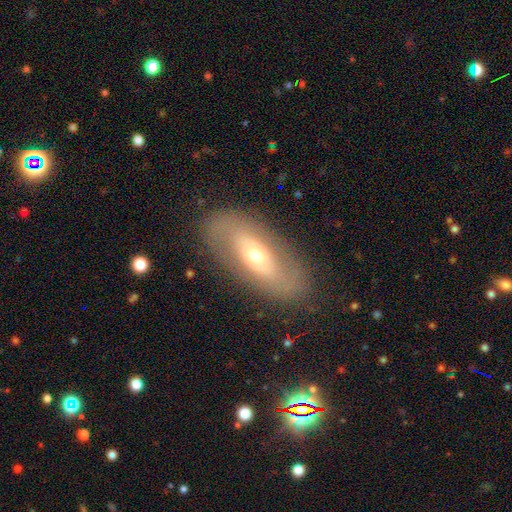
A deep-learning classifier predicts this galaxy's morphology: A featured or disk galaxy (56%). Merging: none (82%).